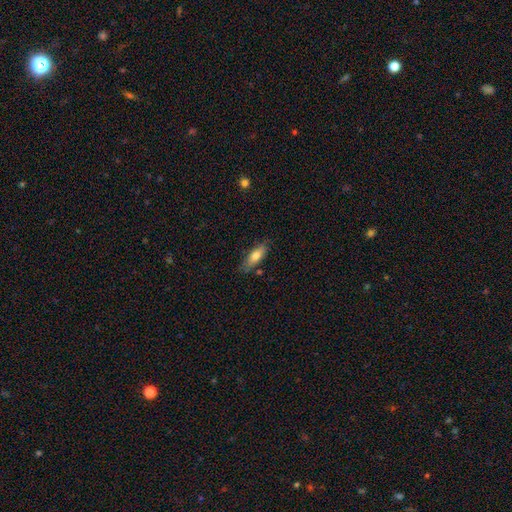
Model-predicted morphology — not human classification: Smooth or featured: smooth — 72% (featured or disk — 21%)
How rounded: in between — 66% (cigar-shaped — 32%)
Merging: none — 75% (minor disturbance — 18%)